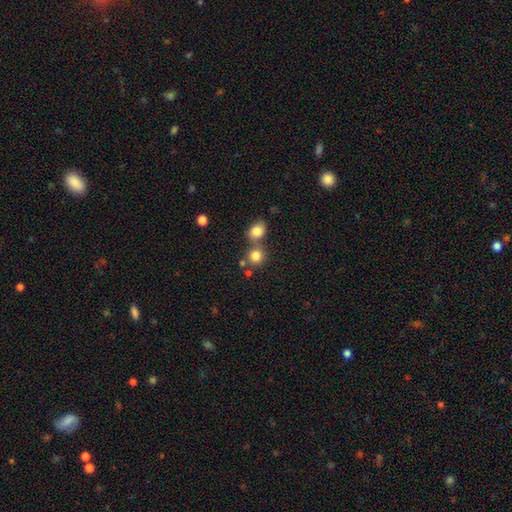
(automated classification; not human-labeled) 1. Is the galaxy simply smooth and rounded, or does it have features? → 81% smooth, 11% star or artifact, 8% featured or disk.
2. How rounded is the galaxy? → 84% round, 15% in between, 1% cigar-shaped.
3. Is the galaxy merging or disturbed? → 56% none, 33% merger, 8% minor disturbance, 3% major disturbance.